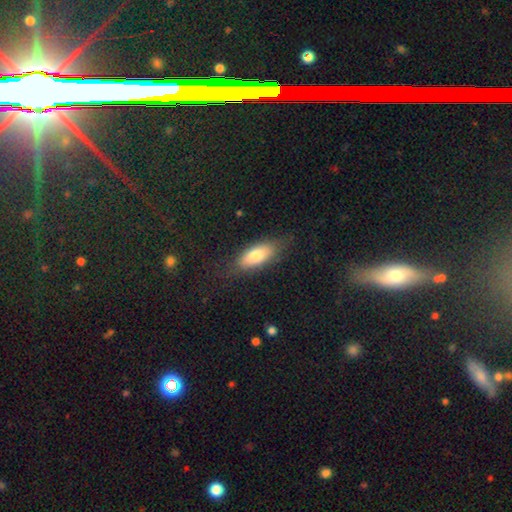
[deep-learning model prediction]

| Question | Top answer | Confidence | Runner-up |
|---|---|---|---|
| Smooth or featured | smooth | 75% | featured or disk (19%) |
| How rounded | in between | 80% | cigar-shaped (17%) |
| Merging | none | 74% | minor disturbance (18%) |